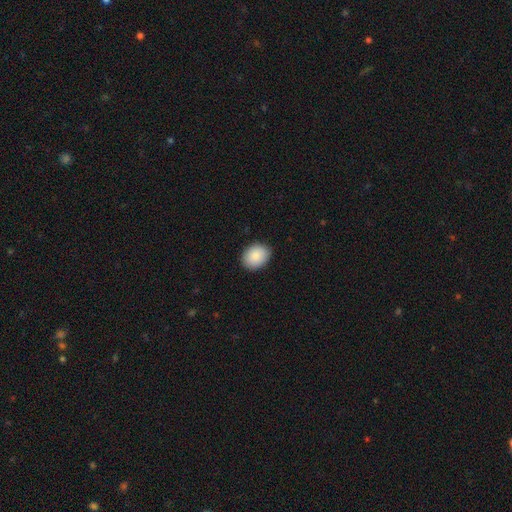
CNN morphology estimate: A smooth galaxy with no disk features (89%) that is in between round and cigar-shaped (60%). Merging: none (87%).